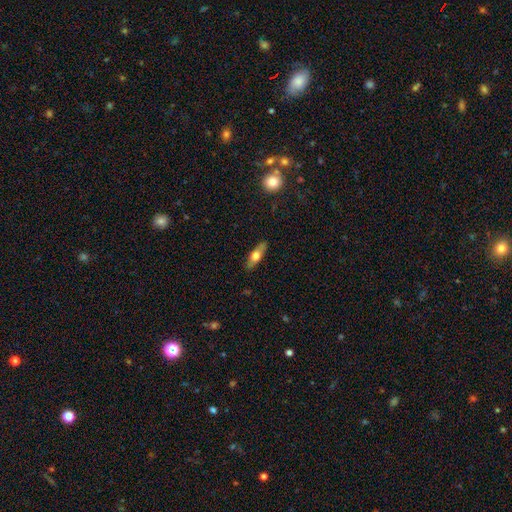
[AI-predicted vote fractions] A smooth galaxy with no disk features (56%) that is in between round and cigar-shaped (48%, tied with cigar-shaped). Merging: none (85%).